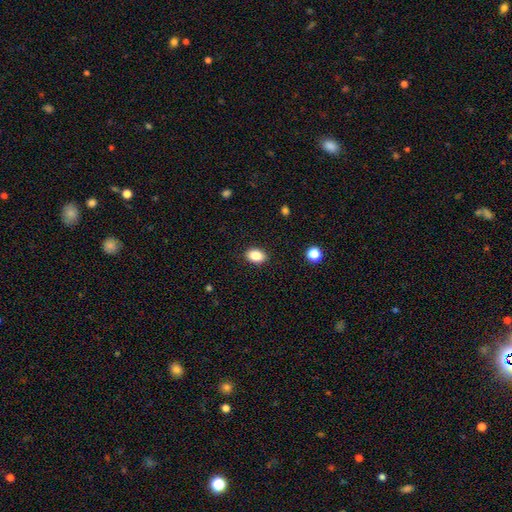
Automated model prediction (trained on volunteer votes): smooth 86%, star or artifact 9%, featured or disk 6%. Down the decision tree: how rounded — in between (82%); merging — none (89%).